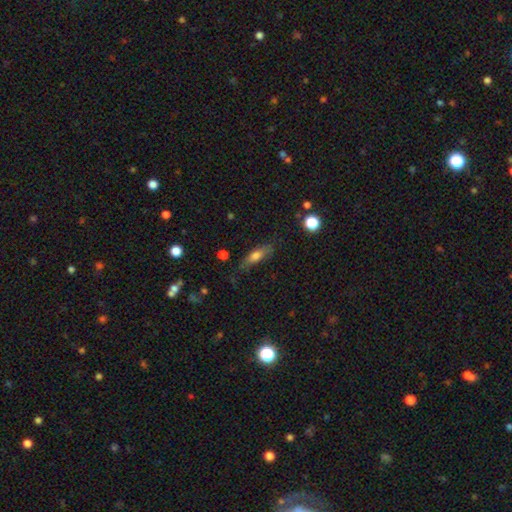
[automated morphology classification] type=smooth (67%); roundness=in between (52%); merging=none (70%).